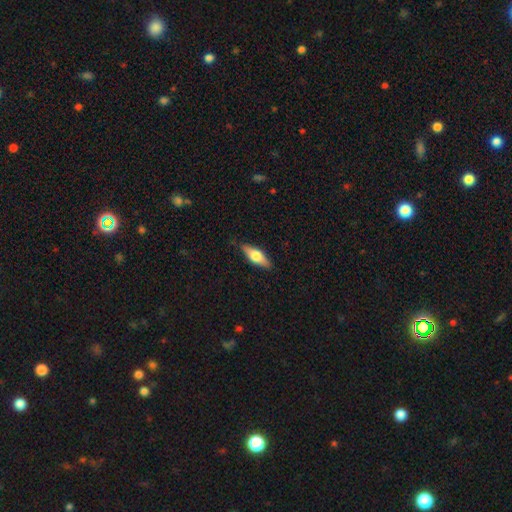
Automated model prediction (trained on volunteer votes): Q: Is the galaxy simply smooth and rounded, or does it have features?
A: smooth — 53%.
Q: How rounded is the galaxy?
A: in between — 61%.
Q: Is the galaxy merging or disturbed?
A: none — 86%.